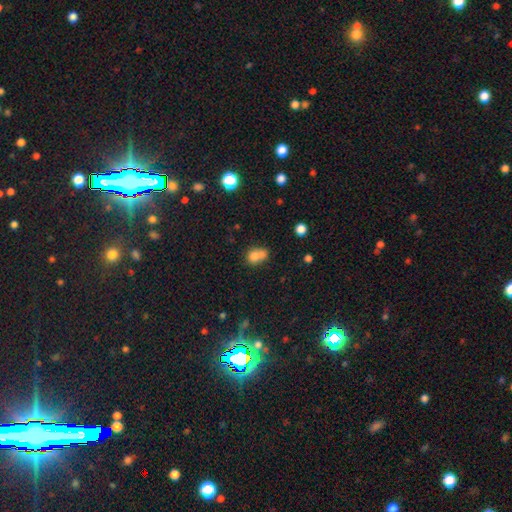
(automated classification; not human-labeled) A smooth galaxy with no disk features (74%) that is in between round and cigar-shaped (50%). Merging: merger (51%).